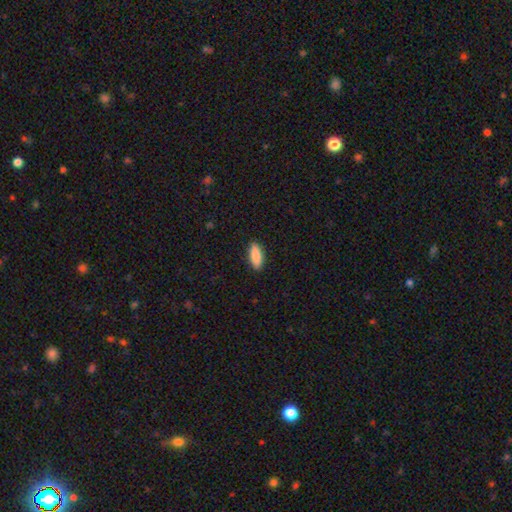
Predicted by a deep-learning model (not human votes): The model was most divided on "how rounded": in between: 76%, cigar-shaped: 22%, round: 2%. More confident: merging — none (90%); smooth or featured — smooth (88%).